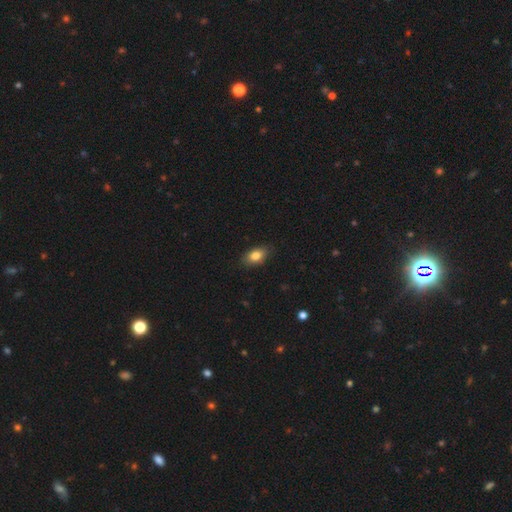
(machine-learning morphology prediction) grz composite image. It shows a smooth galaxy with no disk features (82%) that is in between round and cigar-shaped (87%). Merging: none (84%).